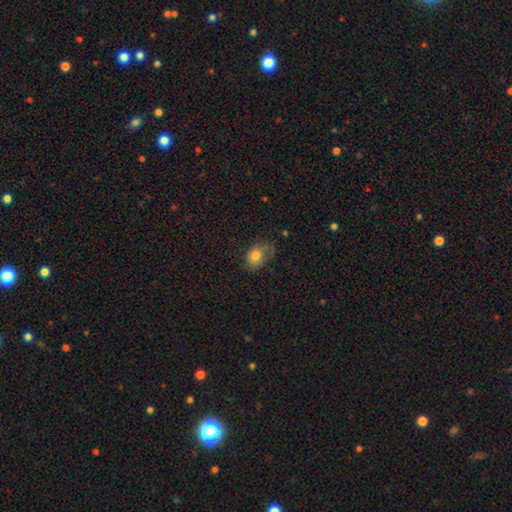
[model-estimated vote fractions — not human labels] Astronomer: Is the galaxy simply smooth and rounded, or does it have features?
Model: smooth — 76%.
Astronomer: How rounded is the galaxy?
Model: in between — 68%.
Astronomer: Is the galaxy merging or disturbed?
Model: none — 49% (runner-up: minor disturbance, 32%).